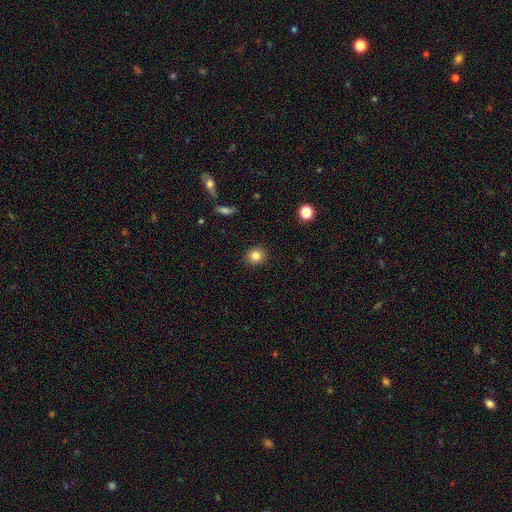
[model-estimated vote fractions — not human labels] The model was most divided on "how rounded": round: 80%, in between: 19%, cigar-shaped: 1%. More confident: merging — none (90%); smooth or featured — smooth (84%).